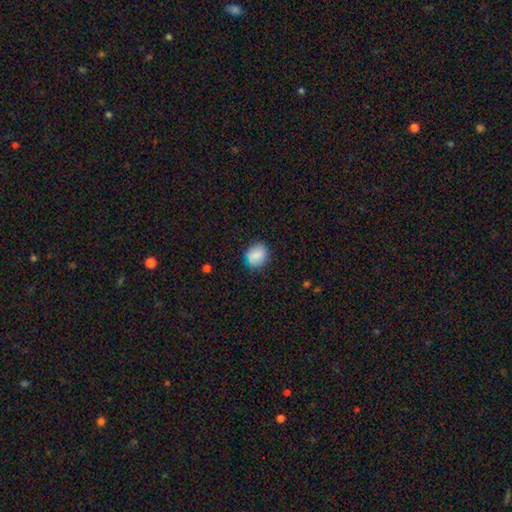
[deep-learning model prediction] Smooth or featured: smooth — 84% (star or artifact — 9%)
How rounded: round — 72% (in between — 27%)
Merging: none — 80% (minor disturbance — 15%)